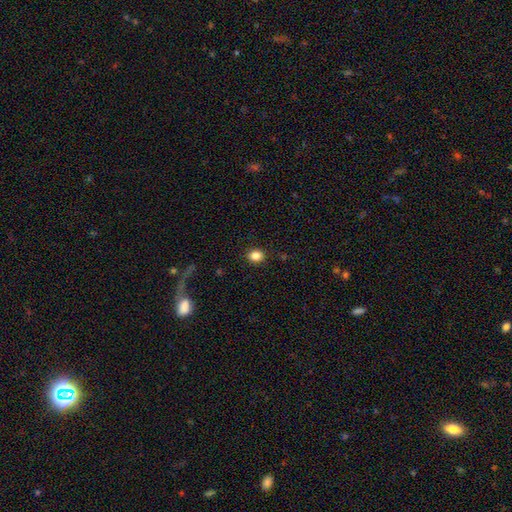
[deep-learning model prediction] Morphology: type=smooth (86%); roundness=round (58%); merging=none (89%).